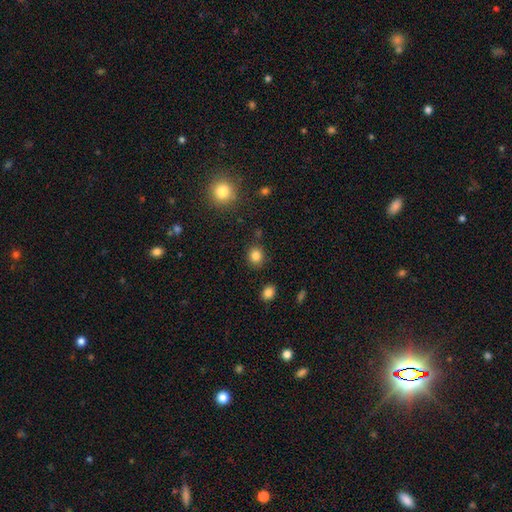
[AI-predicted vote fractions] smooth_or_featured: smooth (p=0.84) [alt: star or artifact p=0.11]
how_rounded: round (p=0.80) [alt: in between p=0.19]
merging: none (p=0.86) [alt: minor disturbance p=0.08]